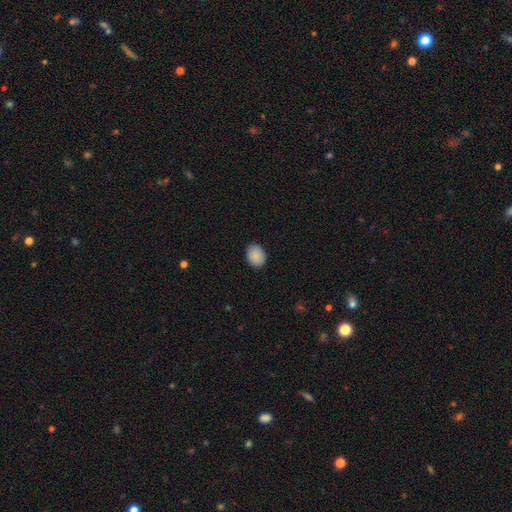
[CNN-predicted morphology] Smooth or featured? Predicted: smooth (p=0.89). How rounded? Predicted: in between (p=0.54). Merging? Predicted: none (p=0.88).